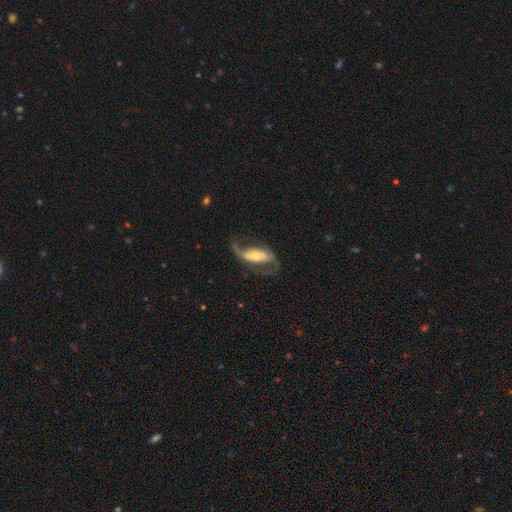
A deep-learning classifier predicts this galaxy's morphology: The model was most divided on "bulge size": small: 46%, moderate: 43%, large: 7%, none: 3%, dominant: 2%. Remaining: spiral arms — yes (92%); edge-on disk — no (91%); spiral arm count — 2 (84%); smooth or featured — featured or disk (81%); spiral winding — loose (64%); merging — none (61%); bar — strong (47%).